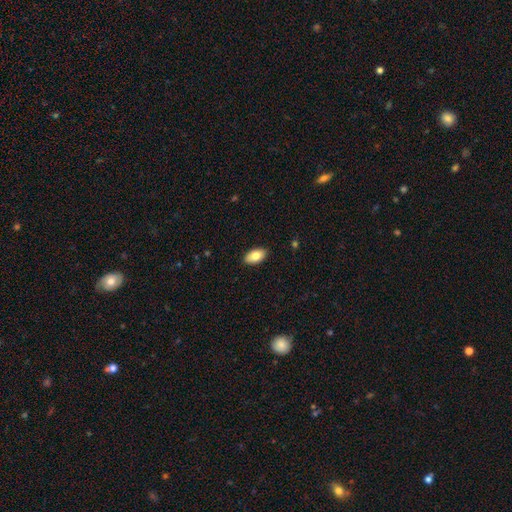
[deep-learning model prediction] Smooth or featured? Predicted: smooth (p=0.81). How rounded? Predicted: in between (p=0.94). Merging? Predicted: none (p=0.89).